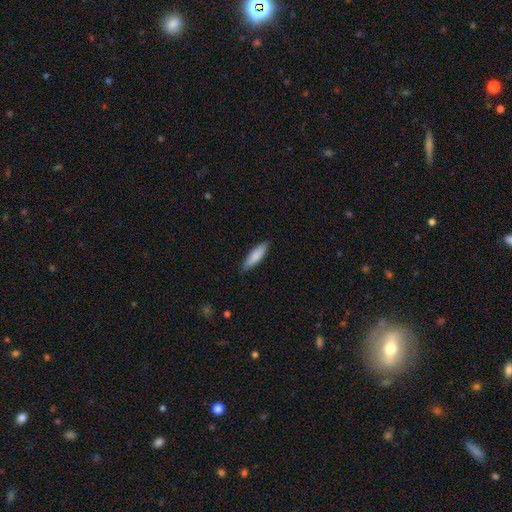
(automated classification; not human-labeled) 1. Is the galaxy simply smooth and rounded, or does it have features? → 84% smooth, 11% featured or disk, 5% star or artifact.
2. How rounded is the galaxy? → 65% cigar-shaped, 34% in between, 1% round.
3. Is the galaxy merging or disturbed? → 86% none, 12% minor disturbance, 2% major disturbance, 1% merger.